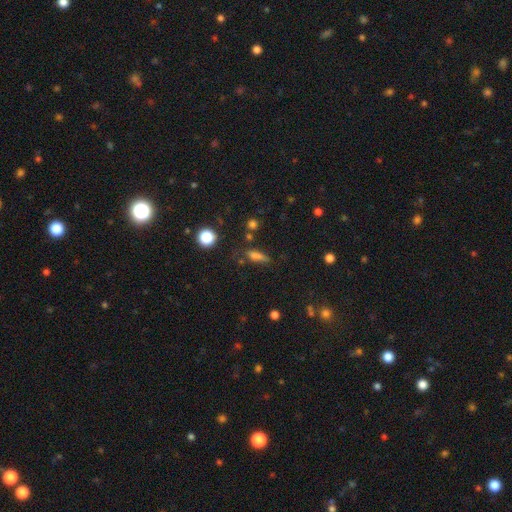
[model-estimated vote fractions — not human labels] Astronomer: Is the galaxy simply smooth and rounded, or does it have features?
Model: smooth — 73%.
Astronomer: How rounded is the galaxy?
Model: cigar-shaped — 51% (runner-up: in between, 42%).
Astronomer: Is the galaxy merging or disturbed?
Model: none — 67%.